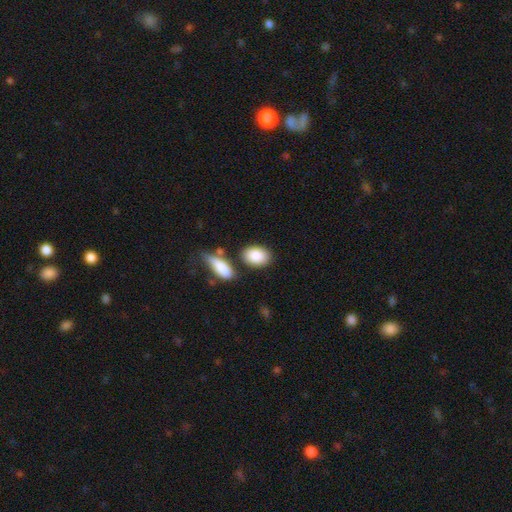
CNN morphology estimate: Smooth or featured?
  - smooth: 88% *
  - featured or disk: 6%
  - star or artifact: 6%
How rounded?
  - in between: 84% *
  - round: 14%
  - cigar-shaped: 2%
Merging?
  - none: 71% *
  - minor disturbance: 13%
  - merger: 12%
  - major disturbance: 4%